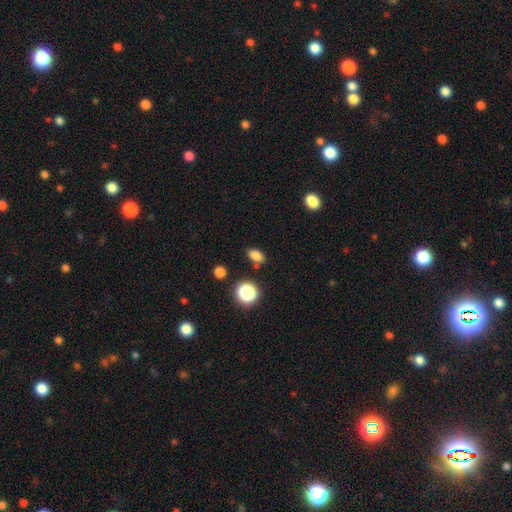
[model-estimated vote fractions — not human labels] smooth_or_featured: smooth (p=0.80) [alt: star or artifact p=0.14]
how_rounded: in between (p=0.82) [alt: round p=0.14]
merging: none (p=0.81) [alt: minor disturbance p=0.12]